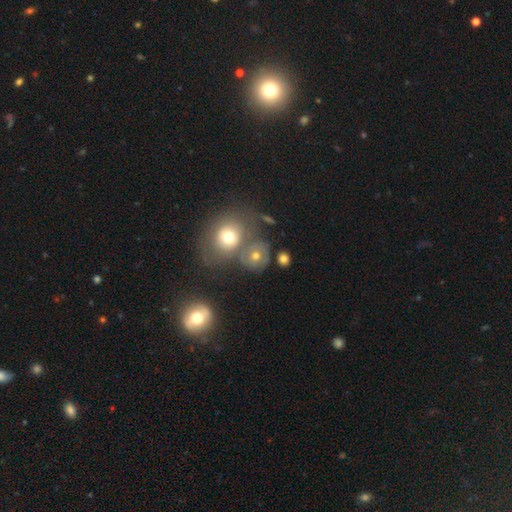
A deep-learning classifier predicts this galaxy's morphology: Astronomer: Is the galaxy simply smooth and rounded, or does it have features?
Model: smooth — 61%.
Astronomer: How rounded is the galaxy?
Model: round — 78%.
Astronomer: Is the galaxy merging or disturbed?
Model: none — 50% (runner-up: merger, 27%).